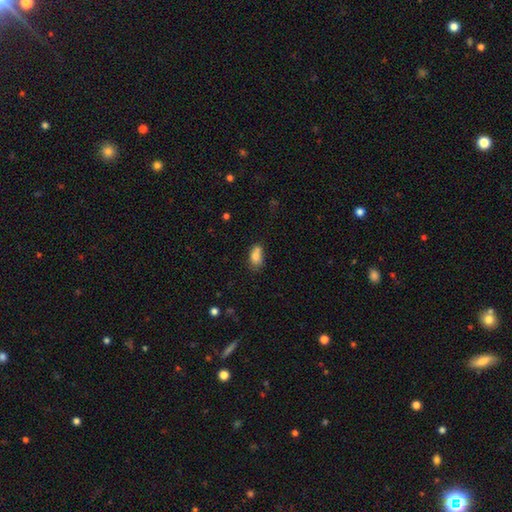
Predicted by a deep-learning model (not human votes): This appears to be a smooth galaxy with no disk features (80%) that is in between round and cigar-shaped (86%). Merging: none (50%).